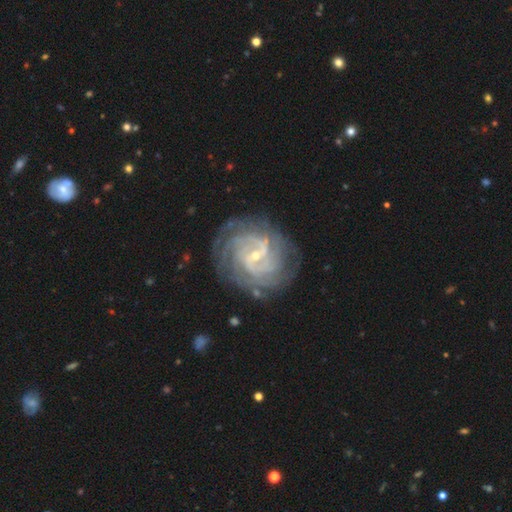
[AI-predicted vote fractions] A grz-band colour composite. It shows a featured or disk galaxy (90%) with a weak bar (51%), tight (70%) spiral arms (97%) and a small central bulge (77%). Merging: none (80%).